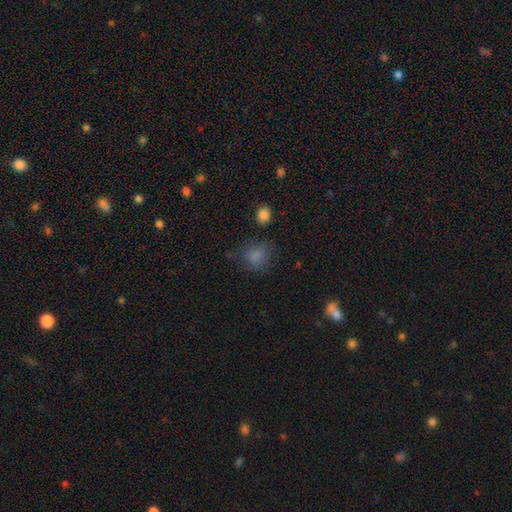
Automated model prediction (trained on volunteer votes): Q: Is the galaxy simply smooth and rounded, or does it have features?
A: smooth — 78%.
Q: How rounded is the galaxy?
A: round — 59%.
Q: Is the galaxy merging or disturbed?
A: none — 62%.